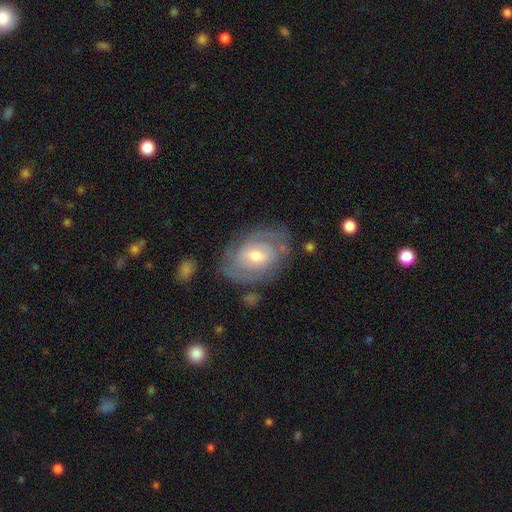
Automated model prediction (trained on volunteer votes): featured or disk 74%, smooth 20%, star or artifact 7%. Down the decision tree: edge-on disk — no (96%); bar — no (46%); spiral arms — yes (81%); spiral arm count — can't tell (41%); spiral winding — tight (63%); bulge size — moderate (66%); merging — none (71%).